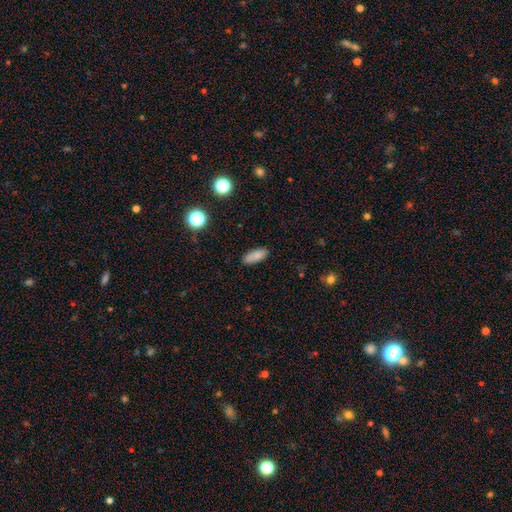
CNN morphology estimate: smooth_or_featured: smooth (p=0.83) [alt: star or artifact p=0.09]
how_rounded: in between (p=0.79) [alt: cigar-shaped p=0.18]
merging: none (p=0.85) [alt: minor disturbance p=0.11]